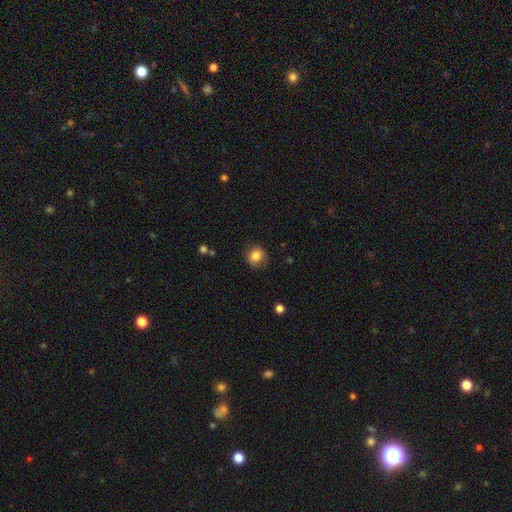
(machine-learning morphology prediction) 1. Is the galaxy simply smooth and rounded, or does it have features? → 82% smooth, 9% star or artifact, 8% featured or disk.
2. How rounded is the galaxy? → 85% round, 14% in between, 1% cigar-shaped.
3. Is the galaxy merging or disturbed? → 75% none, 18% minor disturbance, 5% major disturbance, 1% merger.